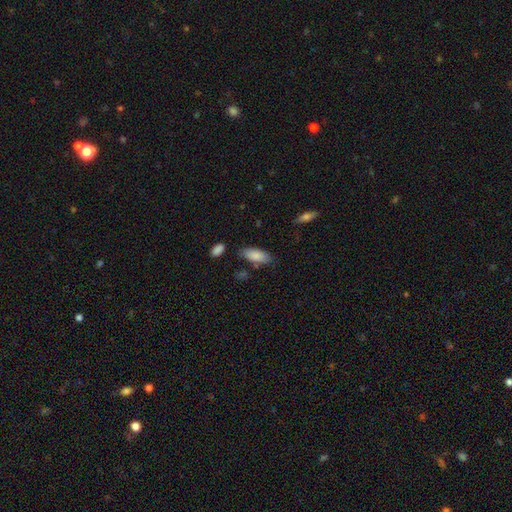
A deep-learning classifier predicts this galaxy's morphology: This is clearly a smooth galaxy (86%). How rounded: clearly in between (81%). Merging: likely none (76%).